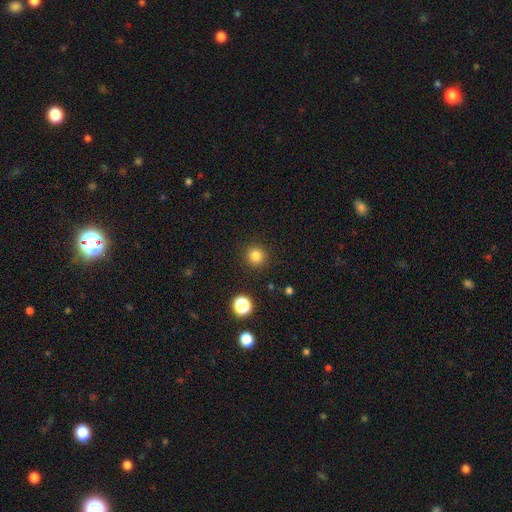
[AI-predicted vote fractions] smooth 82%, star or artifact 13%, featured or disk 5%. Down the decision tree: how rounded — round (95%); merging — none (91%).